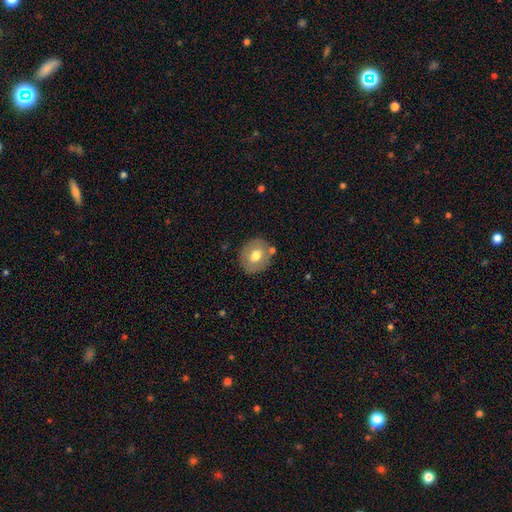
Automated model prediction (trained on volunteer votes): A smooth galaxy with no disk features (66%) that is round (72%).

Vote fractions:
- Smooth or featured? smooth: 66% / featured or disk: 26% / star or artifact: 8%
- How rounded? round: 72% / in between: 27% / cigar-shaped: 1%
- Merging? none: 80% / minor disturbance: 11% / merger: 6% / major disturbance: 3%